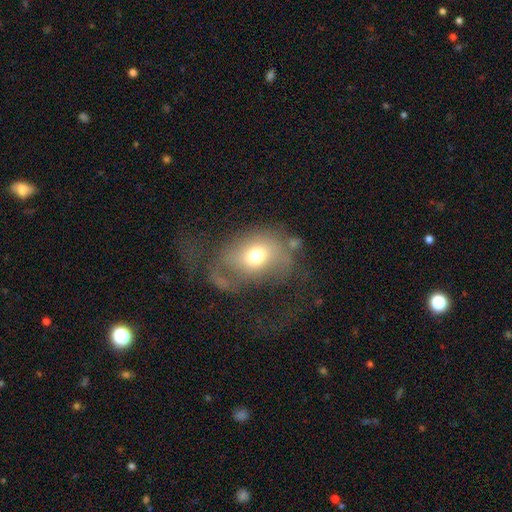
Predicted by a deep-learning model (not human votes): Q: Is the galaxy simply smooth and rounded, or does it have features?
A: smooth — 56%.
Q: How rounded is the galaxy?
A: in between — 60%.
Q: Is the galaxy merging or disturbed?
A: major disturbance — 46%.